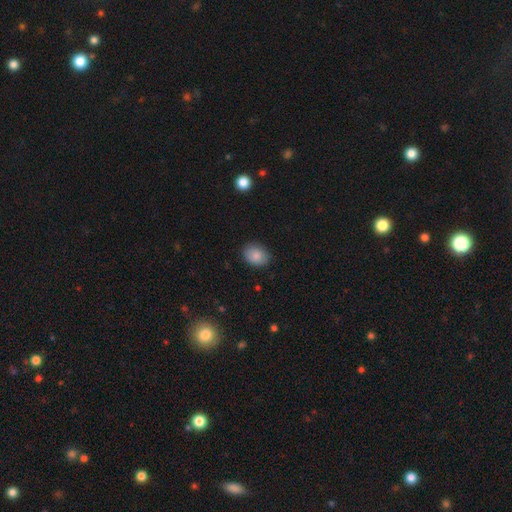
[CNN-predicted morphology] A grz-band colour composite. It shows a smooth galaxy with no disk features (86%) that is in between round and cigar-shaped (63%). Merging: none (85%).